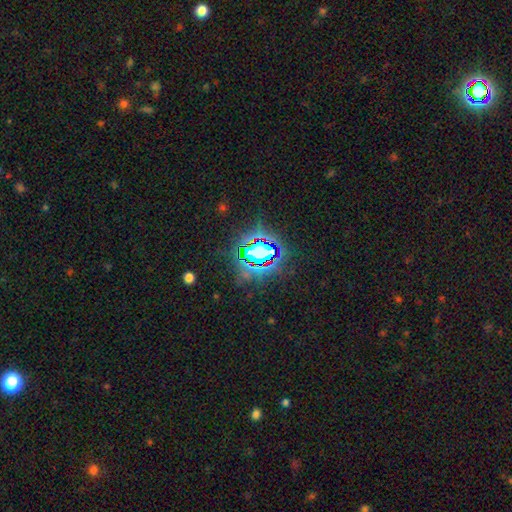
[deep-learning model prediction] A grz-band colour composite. It shows a star or artifact, not a galaxy (79%).